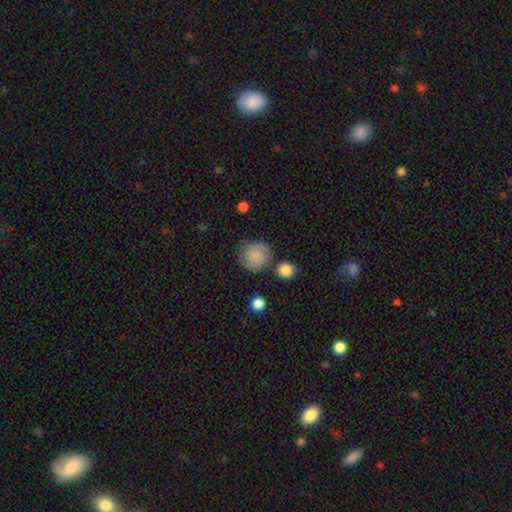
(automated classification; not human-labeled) smooth_or_featured: smooth (p=0.73) [alt: featured or disk p=0.19]
how_rounded: round (p=0.89) [alt: in between p=0.10]
merging: none (p=0.73) [alt: minor disturbance p=0.16]